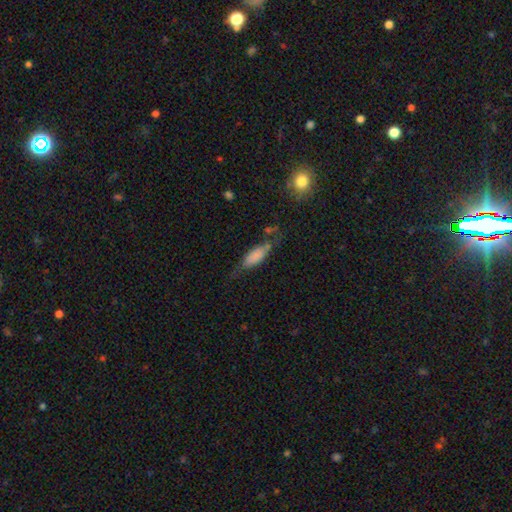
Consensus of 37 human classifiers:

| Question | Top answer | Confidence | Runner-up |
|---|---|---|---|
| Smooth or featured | smooth | 68% | featured or disk (27%) |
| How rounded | in between | 52% | cigar-shaped (48%) |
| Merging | none | 54% | minor disturbance (31%) |